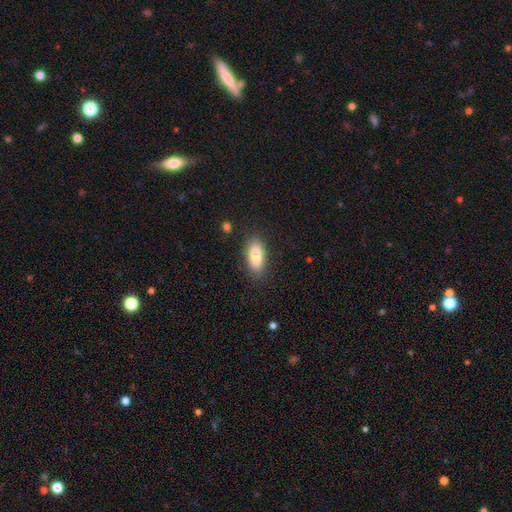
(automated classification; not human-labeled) A smooth galaxy with no disk features (81%) that is in between round and cigar-shaped (84%). Merging: none (85%).